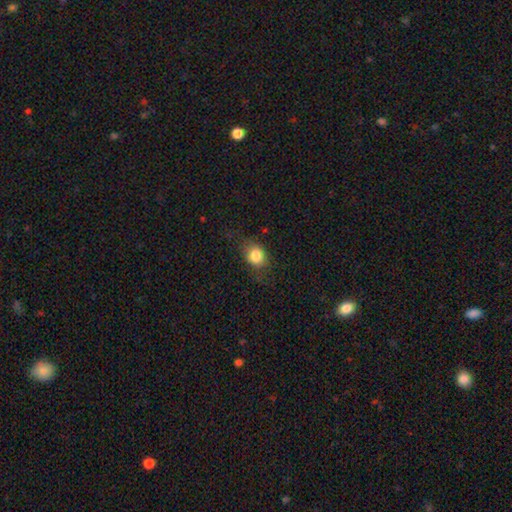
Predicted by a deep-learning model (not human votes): Smooth or featured: smooth — 83% (star or artifact — 10%)
How rounded: round — 60% (in between — 39%)
Merging: none — 70% (minor disturbance — 20%)